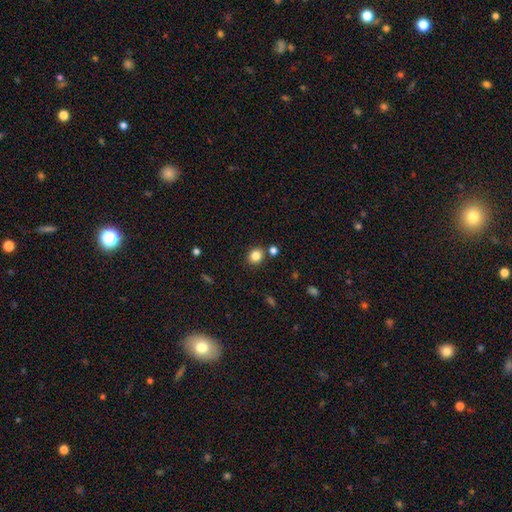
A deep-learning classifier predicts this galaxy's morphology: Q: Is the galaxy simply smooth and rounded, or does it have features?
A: smooth — 83%.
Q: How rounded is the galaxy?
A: round — 73%.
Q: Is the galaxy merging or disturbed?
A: none — 80%.